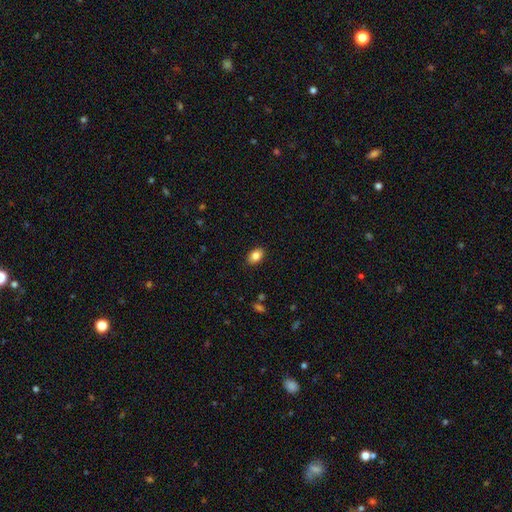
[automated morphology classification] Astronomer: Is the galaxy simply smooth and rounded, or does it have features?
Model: smooth — 84%.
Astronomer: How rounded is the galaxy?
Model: in between — 86%.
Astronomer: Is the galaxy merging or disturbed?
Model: none — 88%.